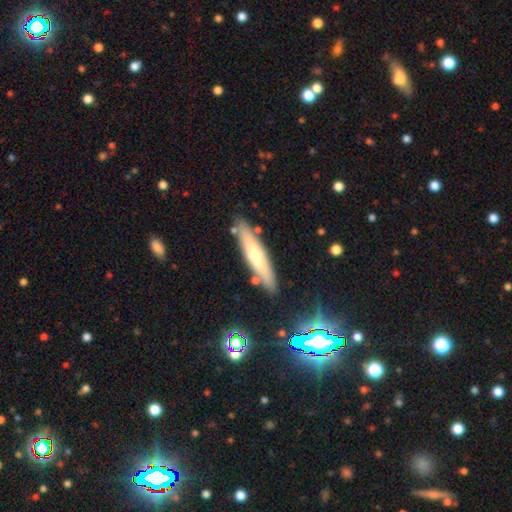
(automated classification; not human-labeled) This is possibly a smooth galaxy (52%). How rounded: clearly cigar-shaped (85%). Merging: clearly none (83%).